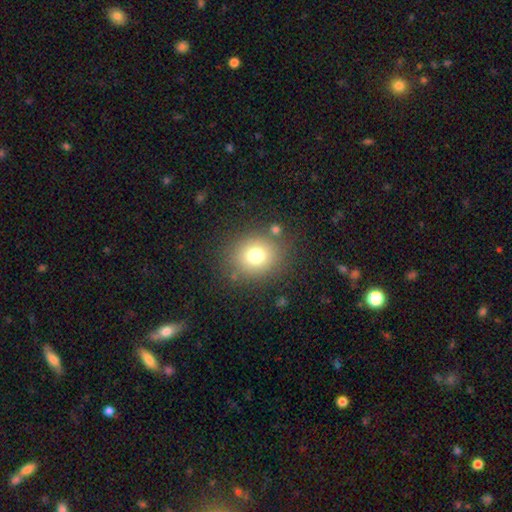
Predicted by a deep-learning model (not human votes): Overall: smooth (75%). How rounded: round (73%). Merging: none (81%).